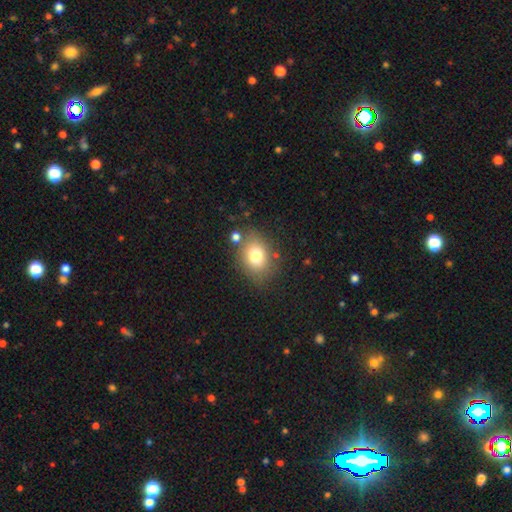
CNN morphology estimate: Smooth or featured? Predicted: smooth (p=0.76). How rounded? Predicted: in between (p=0.59). Merging? Predicted: none (p=0.74).